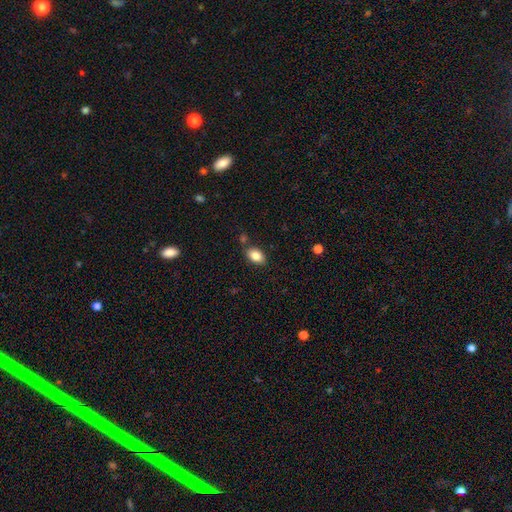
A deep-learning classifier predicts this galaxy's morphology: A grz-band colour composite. It shows a smooth galaxy with no disk features (85%) that is in between round and cigar-shaped (90%). Merging: none (80%).